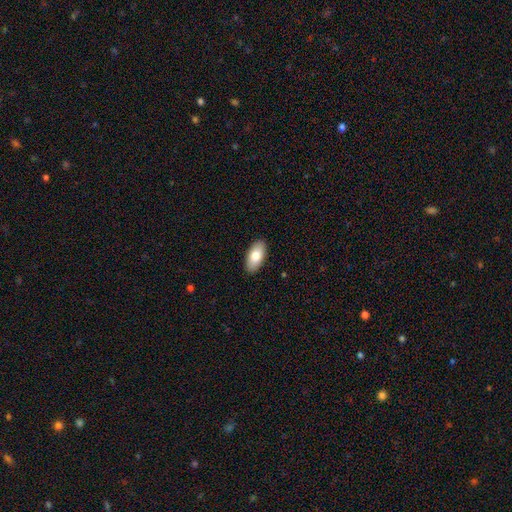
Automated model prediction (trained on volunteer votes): Q: Smooth or featured?
A: smooth (79%); runner-up: featured or disk (15%)
Q: How rounded?
A: in between (94%); runner-up: cigar-shaped (4%)
Q: Merging?
A: none (90%); runner-up: minor disturbance (7%)